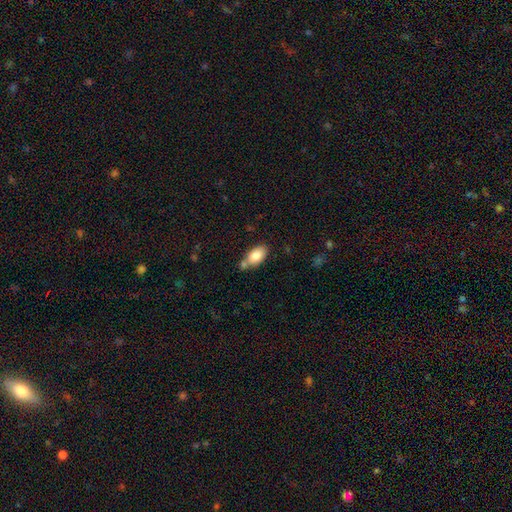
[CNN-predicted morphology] This appears to be a smooth galaxy with no disk features (82%) that is in between round and cigar-shaped (93%). Merging: none (58%).